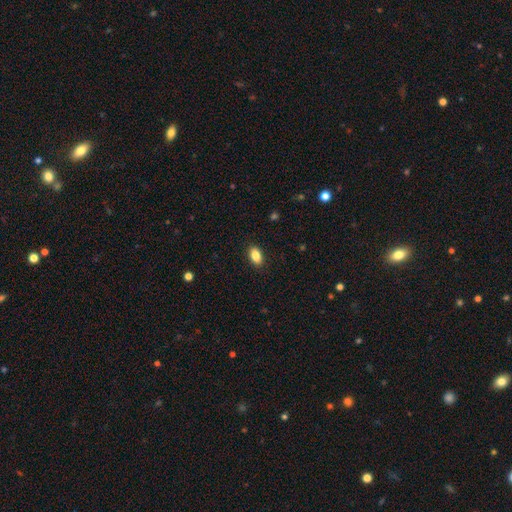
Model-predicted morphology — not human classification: A smooth galaxy with no disk features (87%) that is in between round and cigar-shaped (91%).

Vote fractions:
- Smooth or featured? smooth: 87% / star or artifact: 8% / featured or disk: 5%
- How rounded? in between: 91% / round: 6% / cigar-shaped: 3%
- Merging? none: 89% / minor disturbance: 8% / major disturbance: 2% / merger: 1%